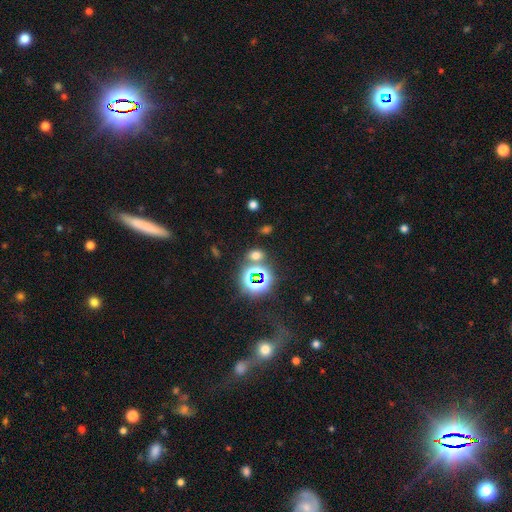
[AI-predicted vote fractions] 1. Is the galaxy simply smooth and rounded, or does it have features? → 52% smooth, 40% star or artifact, 8% featured or disk.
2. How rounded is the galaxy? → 58% in between, 39% round, 2% cigar-shaped.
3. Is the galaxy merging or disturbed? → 74% none, 13% merger, 9% minor disturbance, 4% major disturbance.